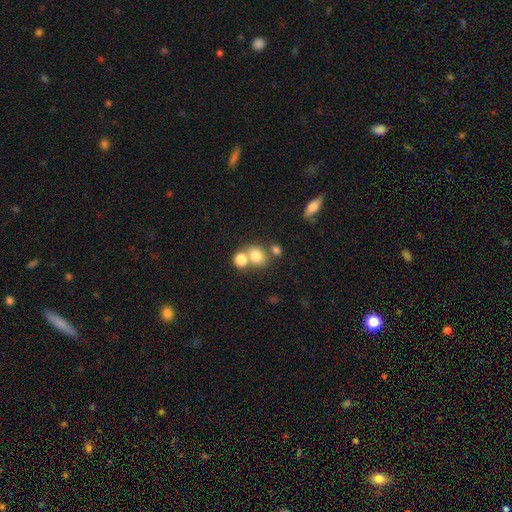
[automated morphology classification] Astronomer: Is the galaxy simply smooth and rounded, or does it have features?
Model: smooth — 75%.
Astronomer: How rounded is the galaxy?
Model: round — 71%.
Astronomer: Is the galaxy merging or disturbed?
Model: none — 51% (runner-up: merger, 36%).